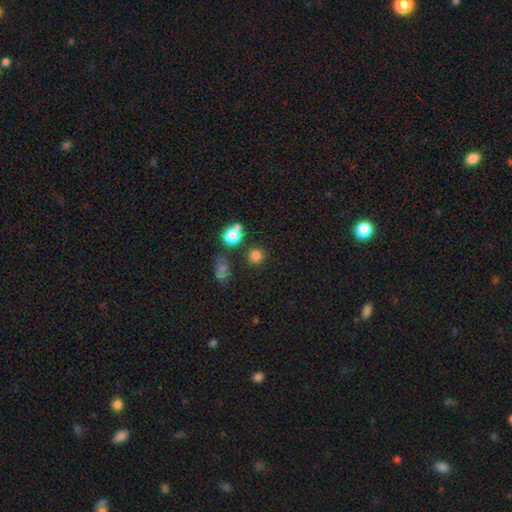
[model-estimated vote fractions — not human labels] A smooth galaxy with no disk features (78%) that is round (90%). Merging: none (81%).